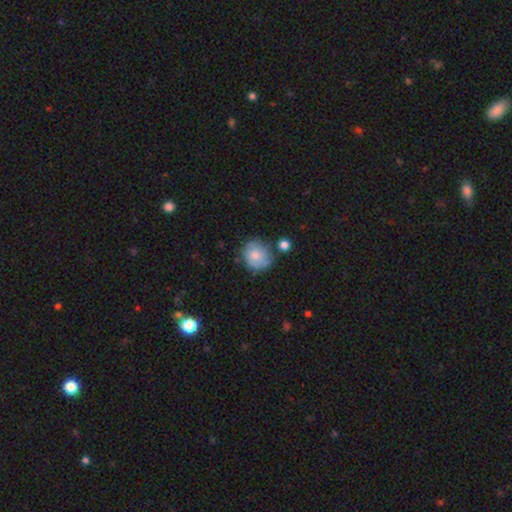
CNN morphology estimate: Smooth or featured? smooth (65%)
How rounded? round (77%)
Merging? none (63%)